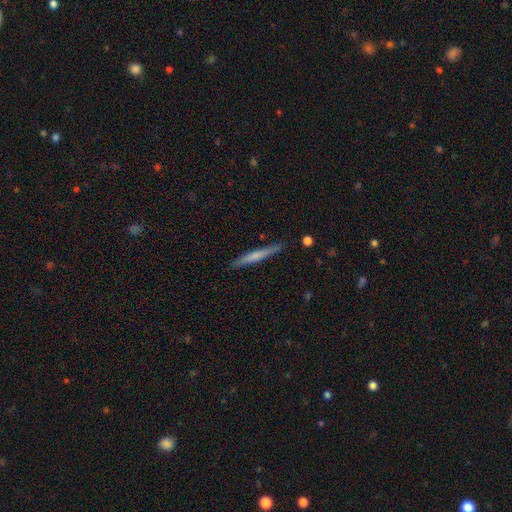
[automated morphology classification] Smooth or featured? Predicted: smooth (p=0.55). How rounded? Predicted: cigar-shaped (p=0.96). Merging? Predicted: none (p=0.89).